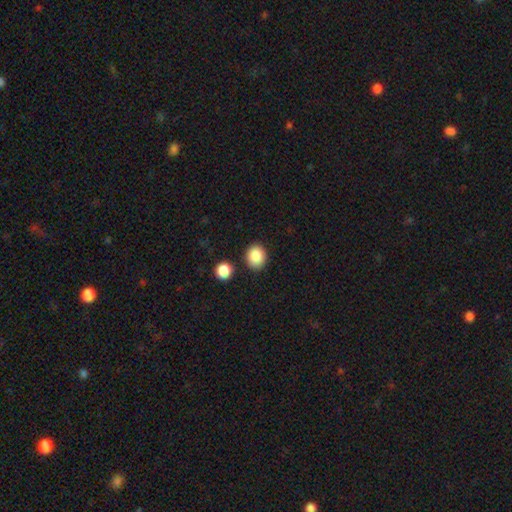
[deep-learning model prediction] This appears to be a smooth galaxy with no disk features (87%) that is round (64%). Merging: none (84%).